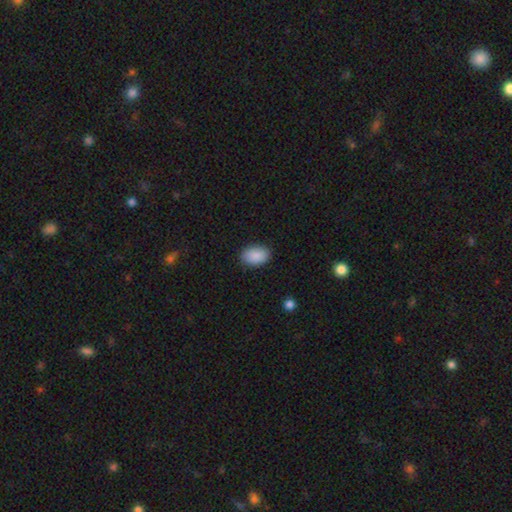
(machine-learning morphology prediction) Smooth or featured: smooth — 90% (star or artifact — 7%)
How rounded: in between — 89% (round — 9%)
Merging: none — 88% (minor disturbance — 9%)